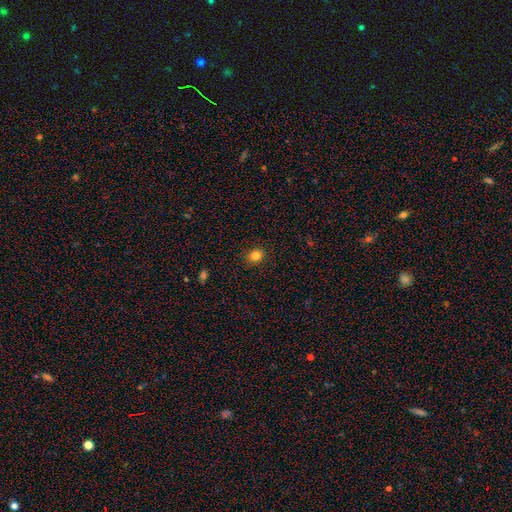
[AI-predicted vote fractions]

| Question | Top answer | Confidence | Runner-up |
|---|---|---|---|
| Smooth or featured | smooth | 83% | star or artifact (12%) |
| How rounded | round | 68% | in between (32%) |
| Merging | none | 90% | minor disturbance (7%) |